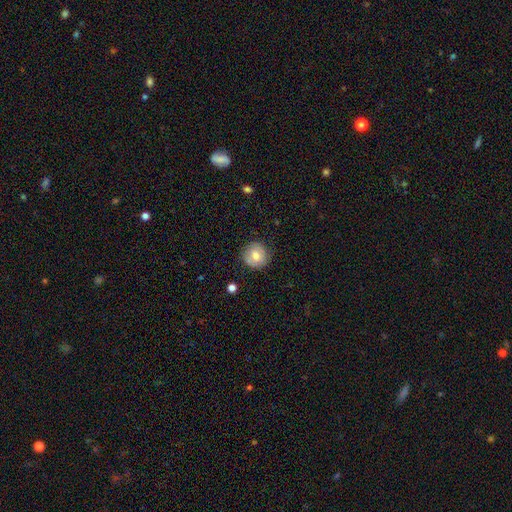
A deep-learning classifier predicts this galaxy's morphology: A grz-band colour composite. It shows a smooth galaxy with no disk features (74%) that is round (91%). Merging: none (81%).